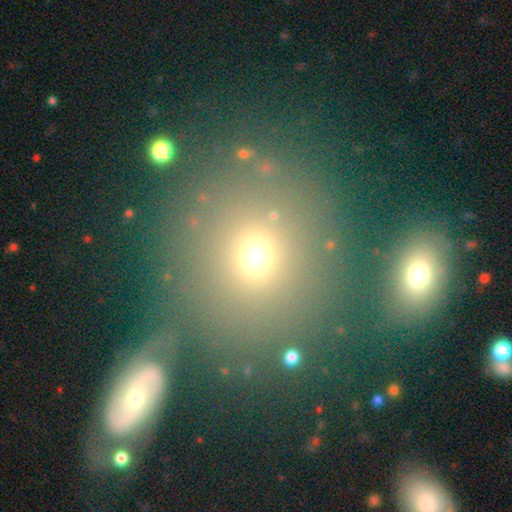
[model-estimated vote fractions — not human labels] Smooth or featured? Predicted: smooth (p=0.66). How rounded? Predicted: round (p=0.82). Merging? Predicted: none (p=0.67).